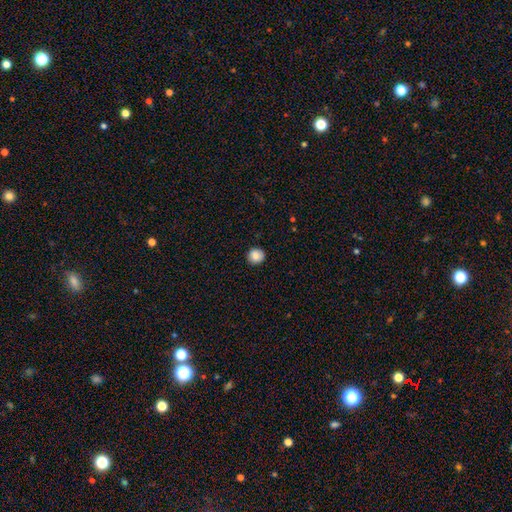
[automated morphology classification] Smooth or featured? smooth (86%)
How rounded? round (92%)
Merging? none (90%)